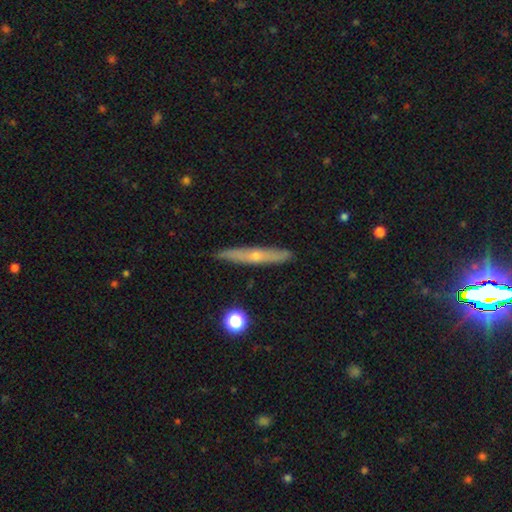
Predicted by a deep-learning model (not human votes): A featured or disk galaxy (56%) viewed edge-on (89%) with a rounded central bulge (70%). Merging: none (88%).